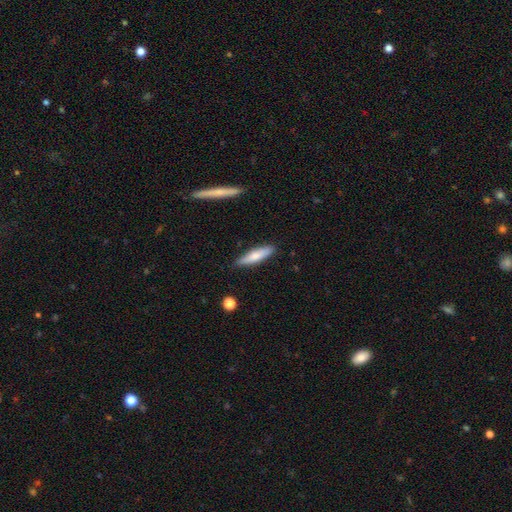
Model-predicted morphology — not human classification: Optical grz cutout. It shows a smooth galaxy with no disk features (69%) that is cigar-shaped (73%). Merging: none (86%).